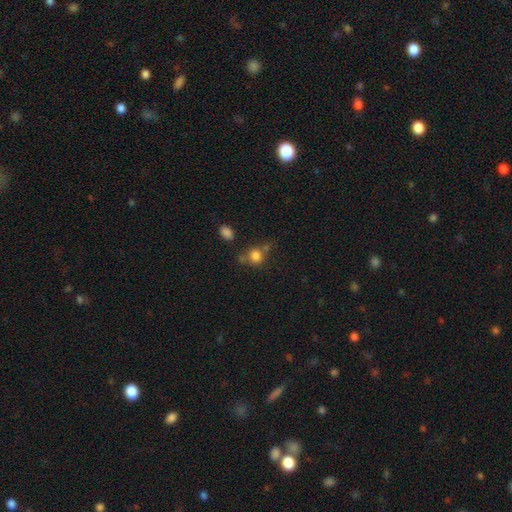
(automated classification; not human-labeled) Overall: smooth (80%). How rounded: round (79%). Merging: none (58%; merger 19%).